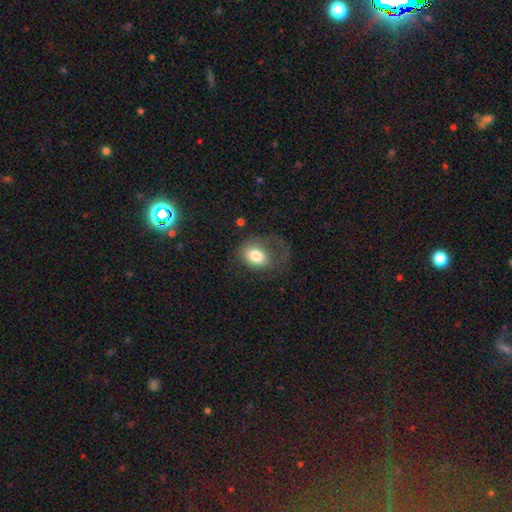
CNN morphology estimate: type=smooth (75%); roundness=in between (62%); merging=none (38%, tied with major disturbance).